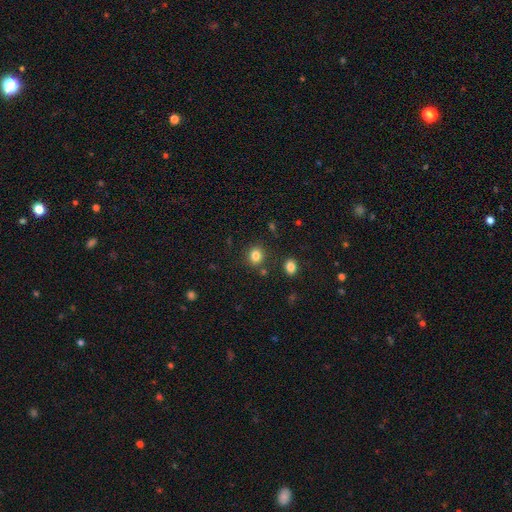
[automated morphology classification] Overall: smooth (83%). How rounded: round (71%). Merging: none (83%).